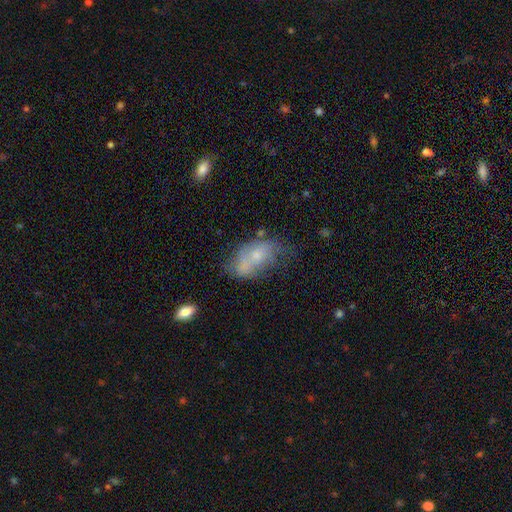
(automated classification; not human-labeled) Q: Smooth or featured?
A: smooth (52%); runner-up: featured or disk (38%)
Q: How rounded?
A: in between (89%); runner-up: round (8%)
Q: Merging?
A: none (31%); runner-up: minor disturbance (29%)